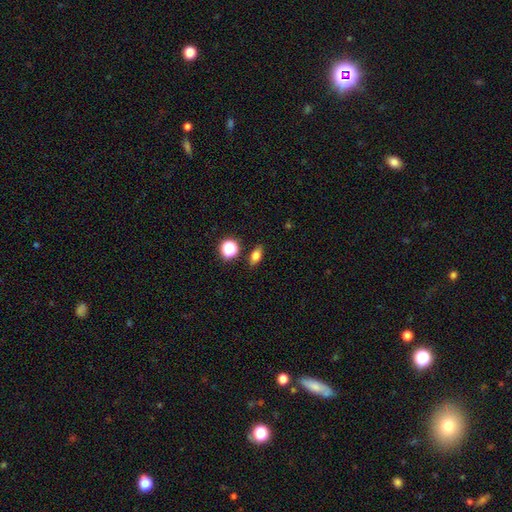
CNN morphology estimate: Smooth or featured? smooth (75%)
How rounded? in between (74%)
Merging? none (85%)